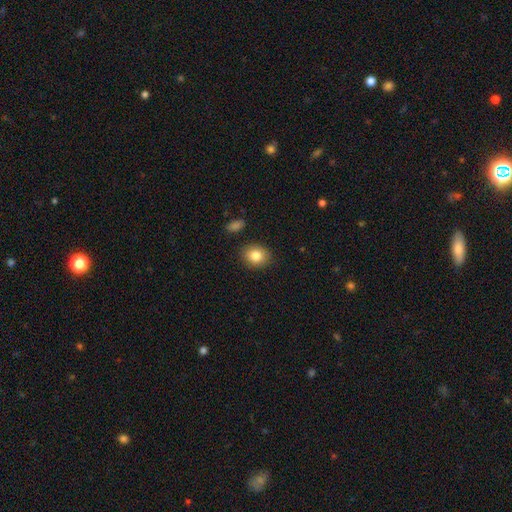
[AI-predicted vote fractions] Smooth or featured: smooth — 83% (star or artifact — 9%)
How rounded: round — 59% (in between — 40%)
Merging: none — 88% (minor disturbance — 8%)